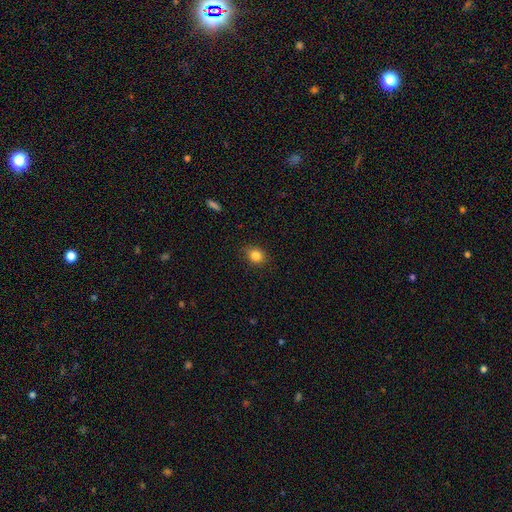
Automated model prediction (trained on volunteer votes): smooth-or-featured: smooth: 84% | star or artifact: 11% | featured or disk: 6%
  how-rounded: round: 58% | in between: 41% | cigar-shaped: 1%
  merging: none: 85% | minor disturbance: 12% | major disturbance: 2% | merger: 1%